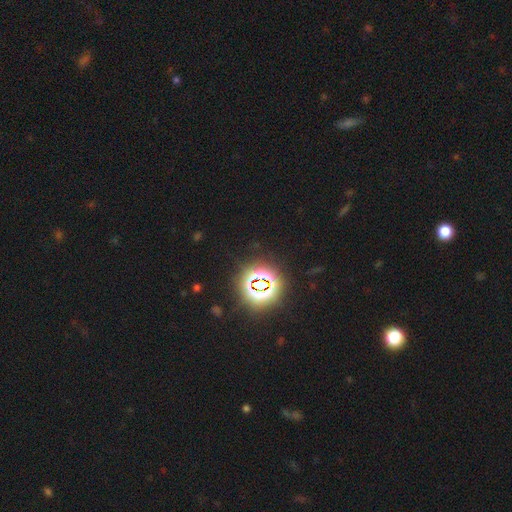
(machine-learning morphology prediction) Smooth or featured? Predicted: star or artifact (p=0.84).